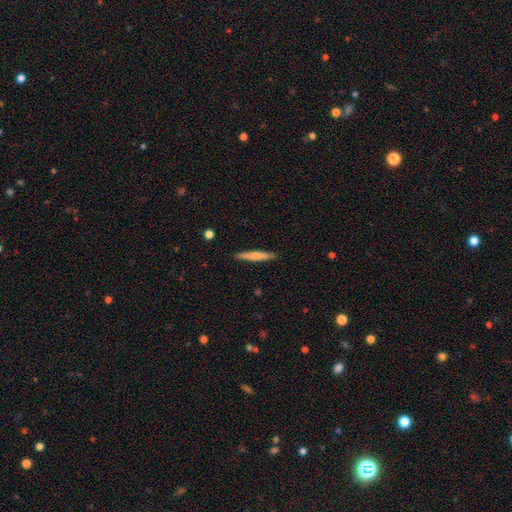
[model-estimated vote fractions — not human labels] Smooth or featured? Predicted: smooth (p=0.60). How rounded? Predicted: cigar-shaped (p=0.93). Merging? Predicted: none (p=0.89).